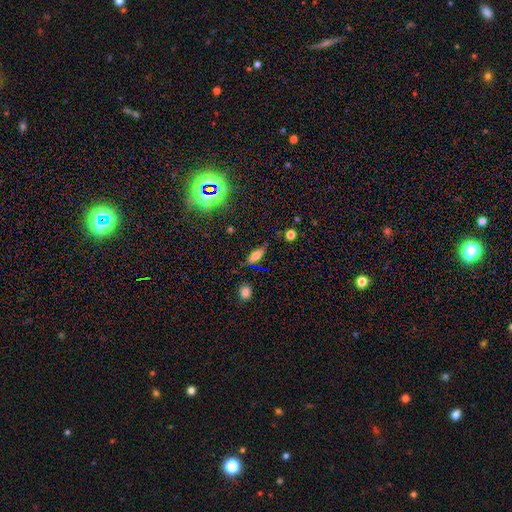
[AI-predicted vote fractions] smooth_or_featured: smooth (p=0.66) [alt: featured or disk p=0.19]
how_rounded: in between (p=0.65) [alt: cigar-shaped p=0.31]
merging: none (p=0.76) [alt: minor disturbance p=0.17]